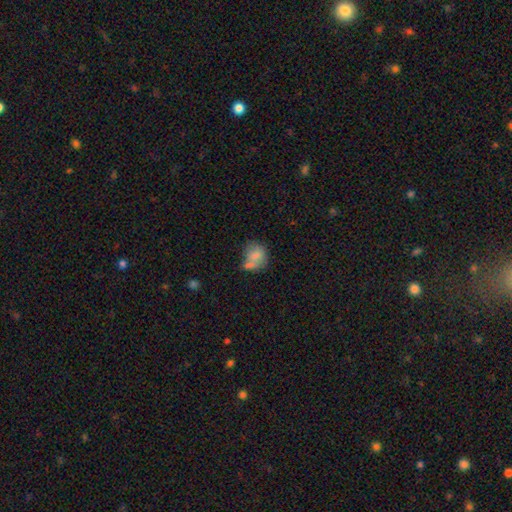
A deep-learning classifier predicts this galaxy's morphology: smooth 72%, featured or disk 18%, star or artifact 9%. Down the decision tree: how rounded — round (54%); merging — merger (36%).